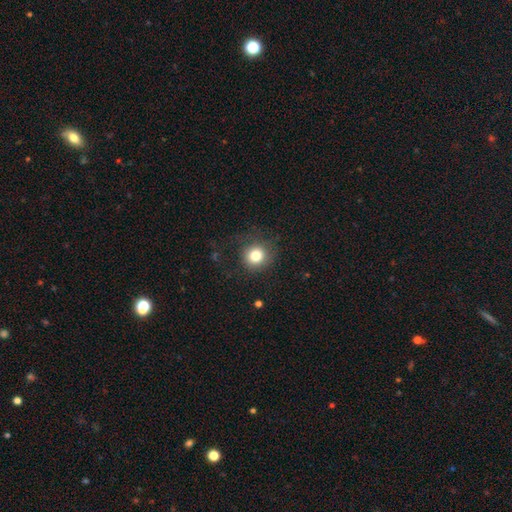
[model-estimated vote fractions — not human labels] Smooth or featured? smooth (80%)
How rounded? round (91%)
Merging? none (81%)